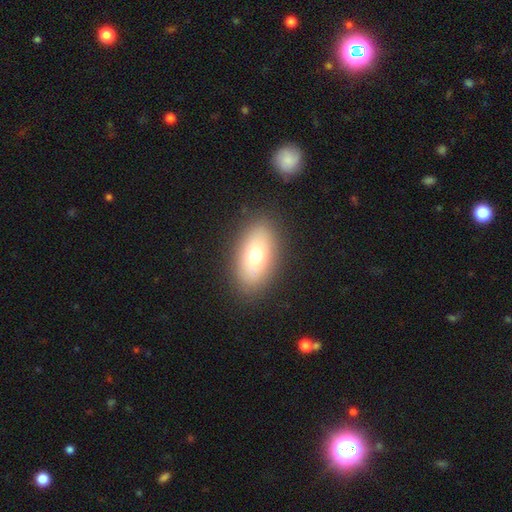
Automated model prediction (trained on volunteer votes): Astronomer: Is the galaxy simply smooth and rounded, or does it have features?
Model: smooth — 70%.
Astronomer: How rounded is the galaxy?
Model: in between — 89%.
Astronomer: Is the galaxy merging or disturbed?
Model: none — 86%.